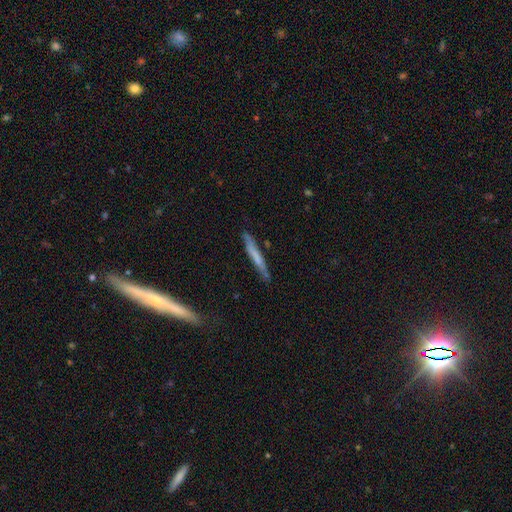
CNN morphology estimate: Smooth or featured? smooth (55%)
How rounded? cigar-shaped (95%)
Merging? none (80%)